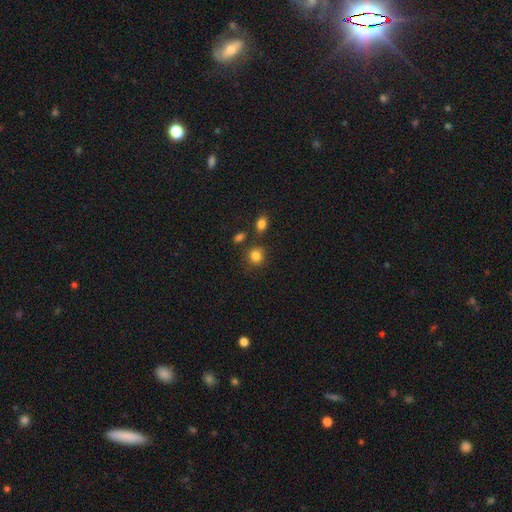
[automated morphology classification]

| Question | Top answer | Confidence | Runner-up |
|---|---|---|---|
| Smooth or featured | smooth | 84% | star or artifact (11%) |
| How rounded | round | 79% | in between (20%) |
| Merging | none | 74% | minor disturbance (13%) |